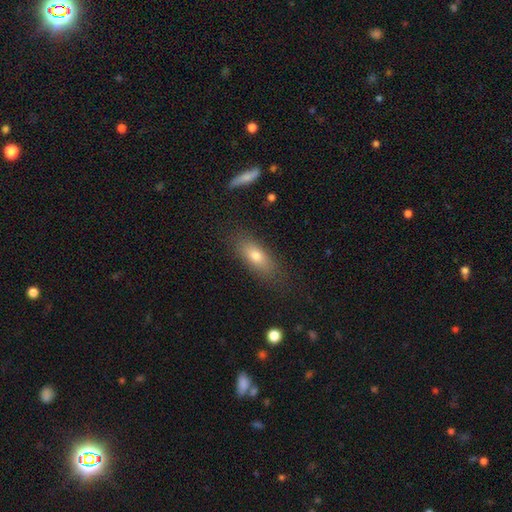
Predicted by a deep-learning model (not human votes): Smooth or featured? smooth (73%)
How rounded? in between (69%)
Merging? none (80%)